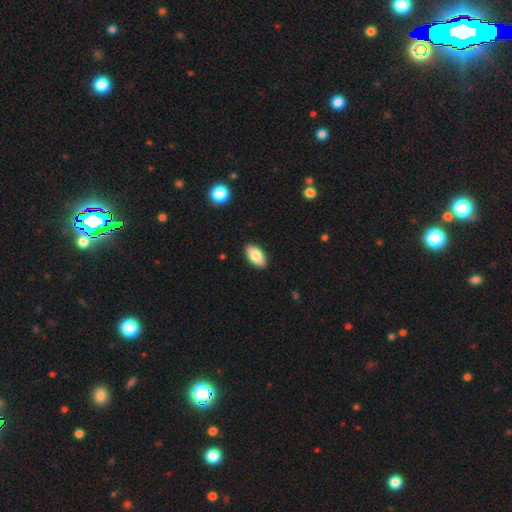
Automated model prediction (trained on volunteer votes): Q: Smooth or featured?
A: smooth (81%); runner-up: featured or disk (12%)
Q: How rounded?
A: in between (92%); runner-up: cigar-shaped (4%)
Q: Merging?
A: none (89%); runner-up: minor disturbance (9%)